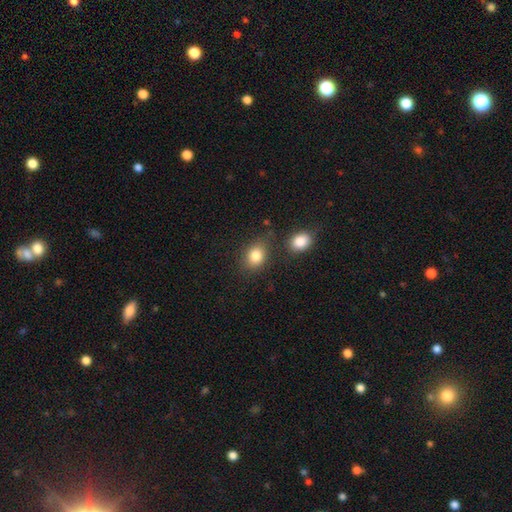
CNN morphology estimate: Smooth or featured?
  - smooth: 83% *
  - star or artifact: 10%
  - featured or disk: 7%
How rounded?
  - in between: 52% *
  - round: 47%
  - cigar-shaped: 1%
Merging?
  - none: 71% *
  - minor disturbance: 14%
  - merger: 11%
  - major disturbance: 5%